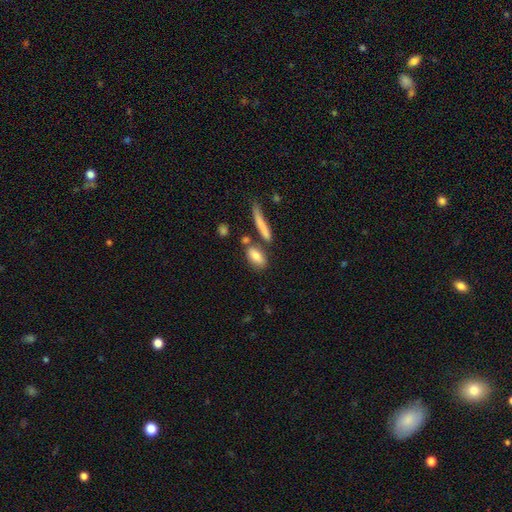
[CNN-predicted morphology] Smooth or featured? smooth (80%)
How rounded? in between (77%)
Merging? none (66%)